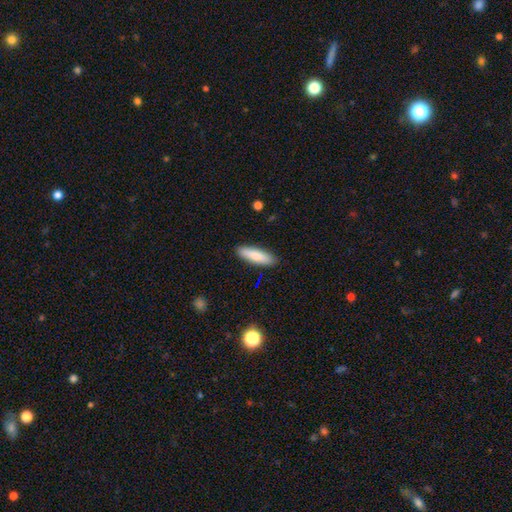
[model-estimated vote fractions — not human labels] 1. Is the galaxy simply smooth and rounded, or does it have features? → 82% smooth, 12% featured or disk, 6% star or artifact.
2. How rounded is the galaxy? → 59% cigar-shaped, 39% in between, 2% round.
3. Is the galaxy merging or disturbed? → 88% none, 9% minor disturbance, 2% major disturbance, 1% merger.